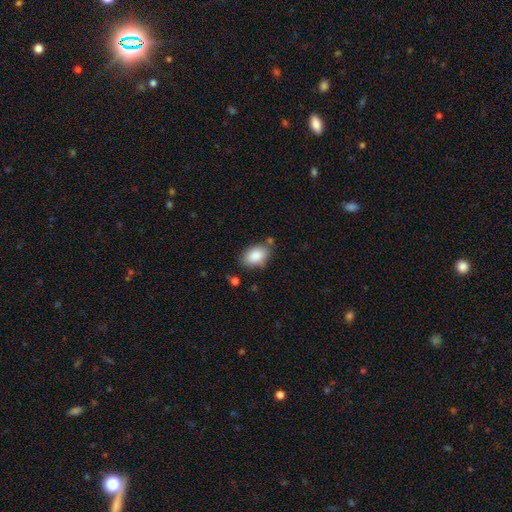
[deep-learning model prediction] A smooth galaxy with no disk features (87%) that is in between round and cigar-shaped (87%). Merging: none (74%).